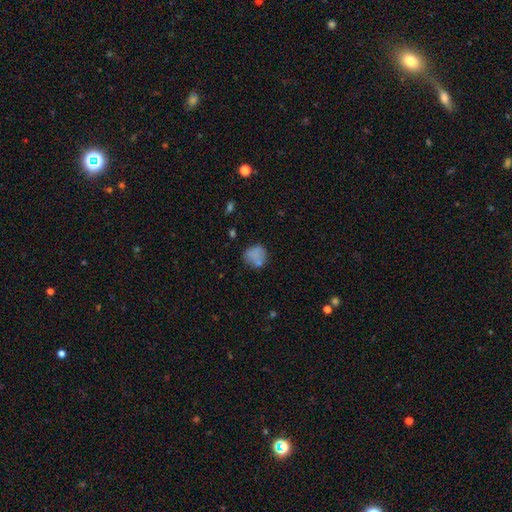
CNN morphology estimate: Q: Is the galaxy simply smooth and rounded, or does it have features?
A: smooth — 76%.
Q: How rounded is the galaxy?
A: round — 80%.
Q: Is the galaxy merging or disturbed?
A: none — 64%.